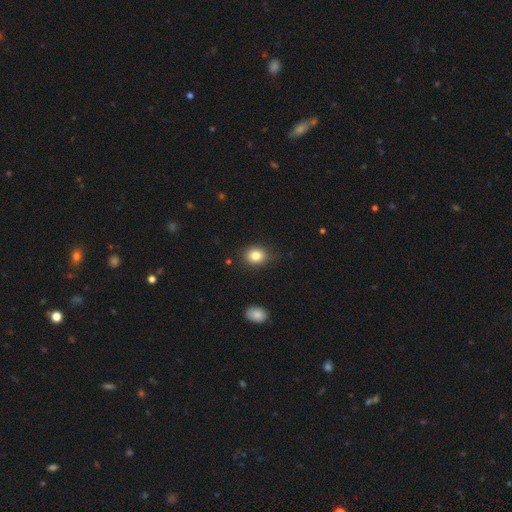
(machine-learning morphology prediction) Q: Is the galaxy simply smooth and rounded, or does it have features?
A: smooth — 84%.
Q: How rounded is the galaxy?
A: round — 61%.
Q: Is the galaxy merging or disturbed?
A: none — 82%.